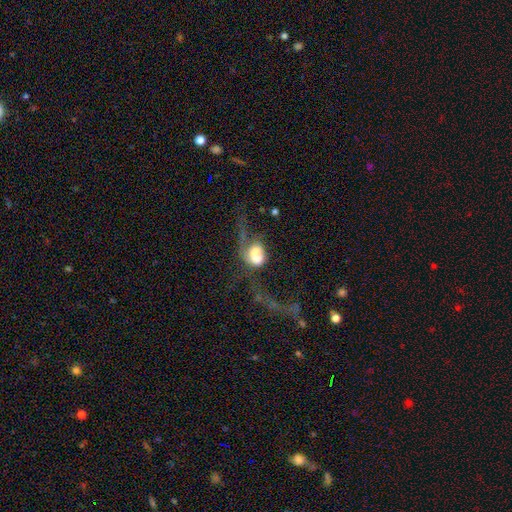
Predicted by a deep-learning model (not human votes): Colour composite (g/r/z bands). It shows a smooth galaxy with no disk features (47%). Merging: merger (46%).